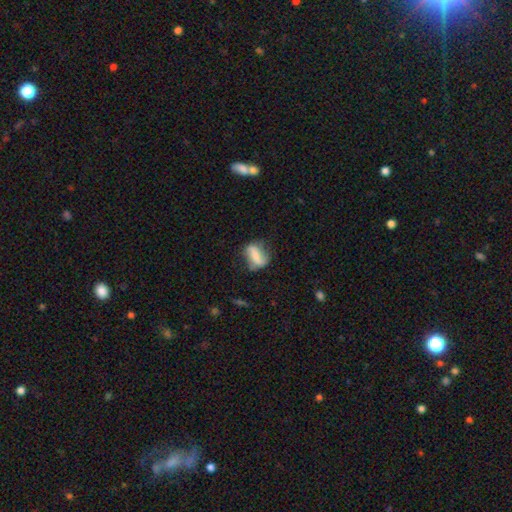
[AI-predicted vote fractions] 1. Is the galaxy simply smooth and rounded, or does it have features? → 51% smooth, 40% featured or disk, 9% star or artifact.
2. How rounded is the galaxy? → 74% in between, 16% round, 10% cigar-shaped.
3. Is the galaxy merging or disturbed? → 48% none, 29% minor disturbance, 19% major disturbance, 5% merger.